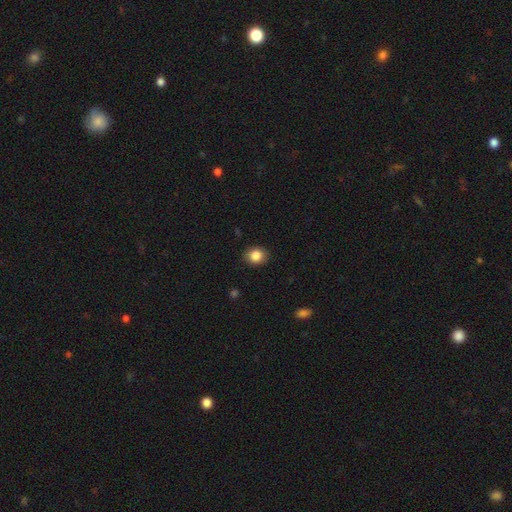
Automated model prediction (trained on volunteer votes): The model was most divided on "how rounded": round: 67%, in between: 32%, cigar-shaped: 1%. More confident: merging — none (87%); smooth or featured — smooth (86%).